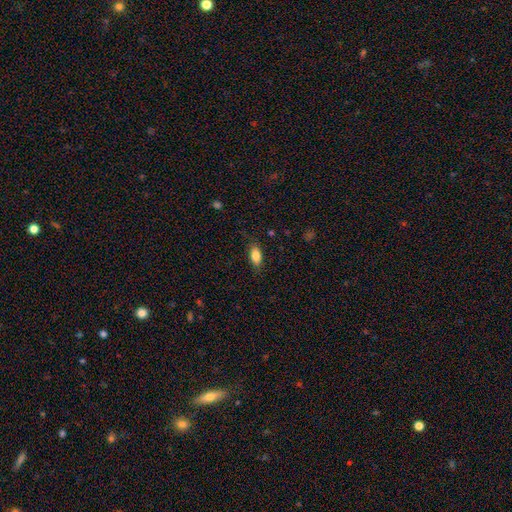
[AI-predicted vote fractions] Morphology: type=smooth (82%); roundness=in between (88%); merging=none (81%).